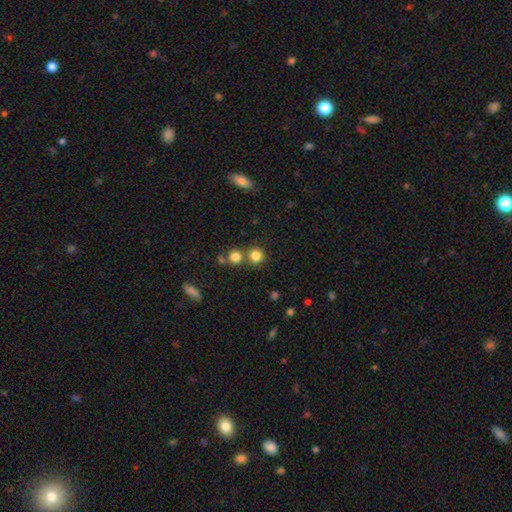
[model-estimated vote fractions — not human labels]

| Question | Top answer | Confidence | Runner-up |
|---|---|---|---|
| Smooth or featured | smooth | 81% | star or artifact (13%) |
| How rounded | round | 91% | in between (8%) |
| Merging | none | 68% | merger (22%) |